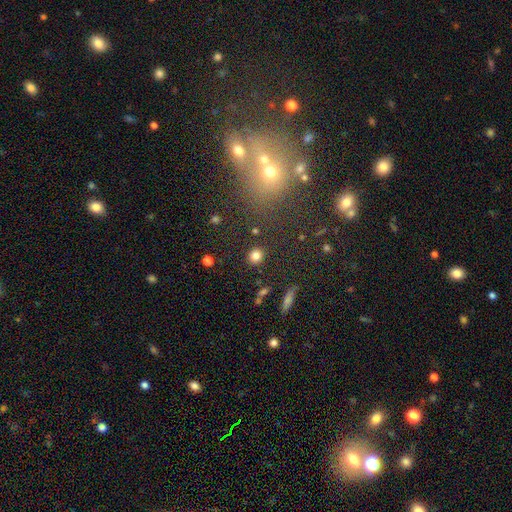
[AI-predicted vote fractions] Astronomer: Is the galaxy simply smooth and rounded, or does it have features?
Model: smooth — 82%.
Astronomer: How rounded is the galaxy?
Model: round — 80%.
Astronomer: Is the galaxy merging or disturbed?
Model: none — 89%.